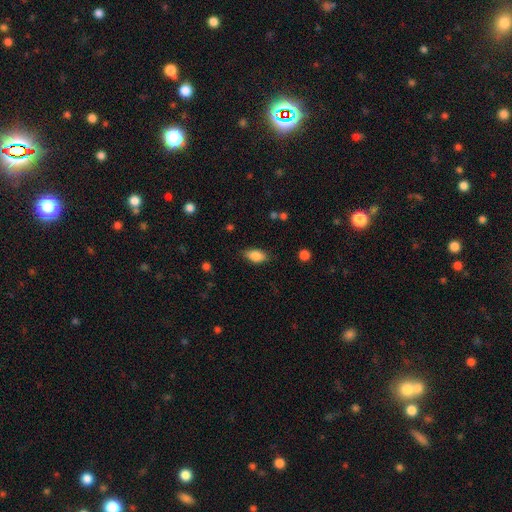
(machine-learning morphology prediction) smooth_or_featured: smooth (p=0.85) [alt: featured or disk p=0.08]
how_rounded: in between (p=0.89) [alt: cigar-shaped p=0.06]
merging: none (p=0.80) [alt: minor disturbance p=0.15]